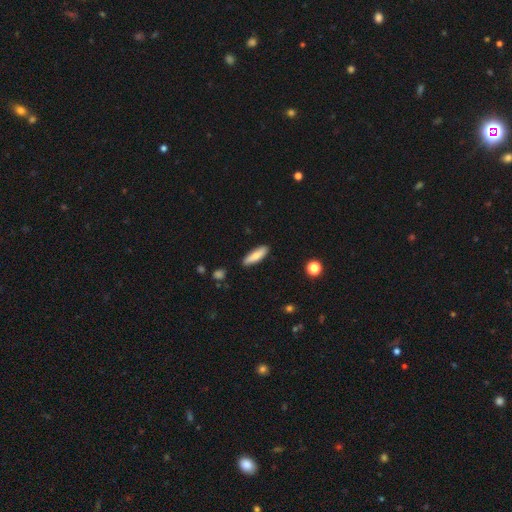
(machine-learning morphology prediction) Q: Smooth or featured?
A: smooth (73%); runner-up: featured or disk (21%)
Q: How rounded?
A: cigar-shaped (58%); runner-up: in between (40%)
Q: Merging?
A: none (86%); runner-up: minor disturbance (11%)